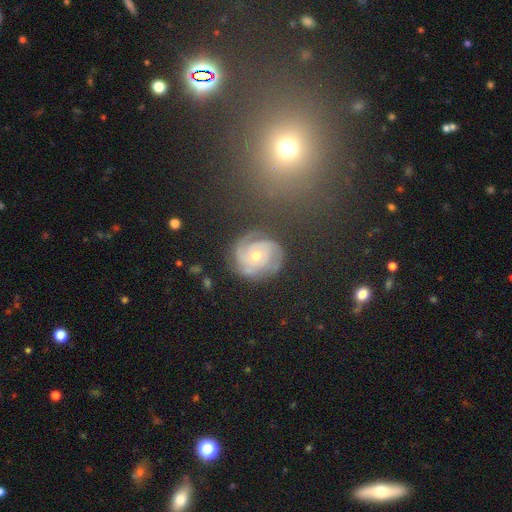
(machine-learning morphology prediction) smooth_or_featured: featured or disk (p=0.81) [alt: smooth p=0.10]
disk_edge_on: no (p=0.98) [alt: yes p=0.02]
bar: no (p=0.75) [alt: weak p=0.20]
has_spiral_arms: yes (p=0.96) [alt: no p=0.04]
spiral_winding: tight (p=0.70) [alt: medium p=0.25]
spiral_arm_count: 3 (p=0.40) [alt: 2 p=0.22]
bulge_size: moderate (p=0.51) [alt: small p=0.46]
merging: none (p=0.76) [alt: minor disturbance p=0.16]